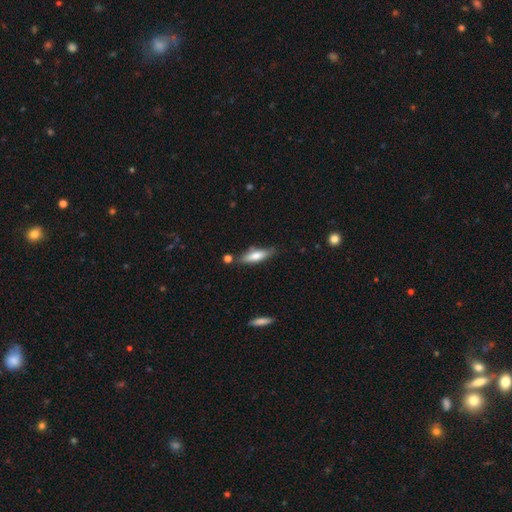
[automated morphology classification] type=smooth (66%); roundness=cigar-shaped (59%); merging=none (73%).